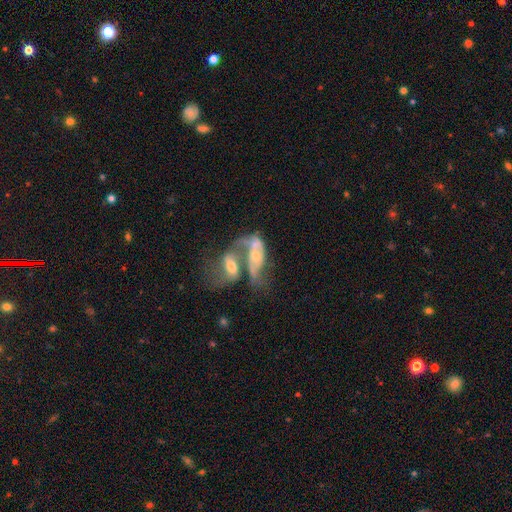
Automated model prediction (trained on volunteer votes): Morphology: type=featured or disk (64%); edge-on=no (93%); bar=no (63%); spiral arms=yes (61%); bulge=moderate (45%); merging=merger (75%).